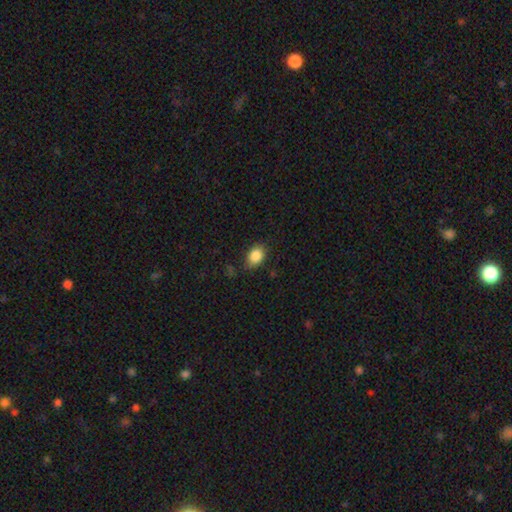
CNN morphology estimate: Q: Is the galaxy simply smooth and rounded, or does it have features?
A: smooth — 86%.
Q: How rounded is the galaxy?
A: in between — 73%.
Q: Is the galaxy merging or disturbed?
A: none — 79%.